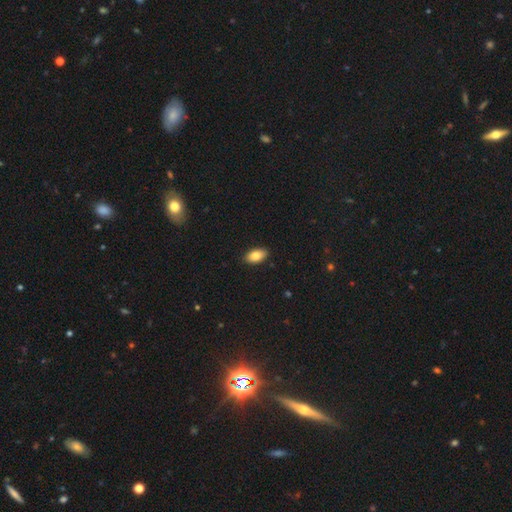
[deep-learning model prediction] Smooth or featured? smooth (83%)
How rounded? in between (93%)
Merging? none (89%)